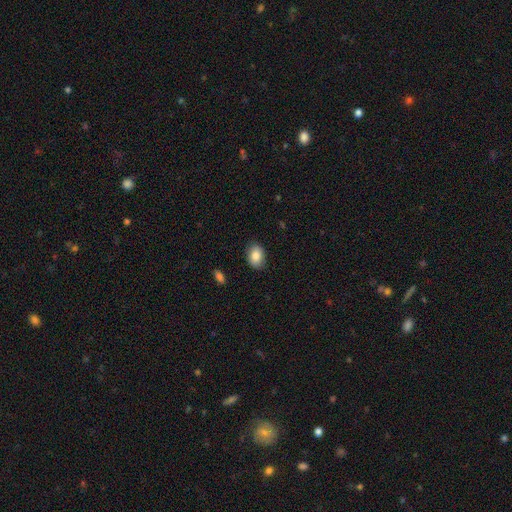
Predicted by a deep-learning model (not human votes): Smooth or featured: smooth — 84% (featured or disk — 8%)
How rounded: in between — 77% (round — 22%)
Merging: none — 87% (minor disturbance — 10%)